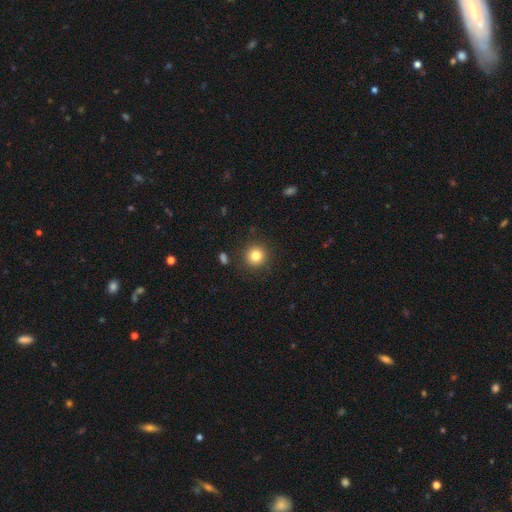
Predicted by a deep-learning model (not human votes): Morphology: type=smooth (83%); roundness=round (93%); merging=none (89%).